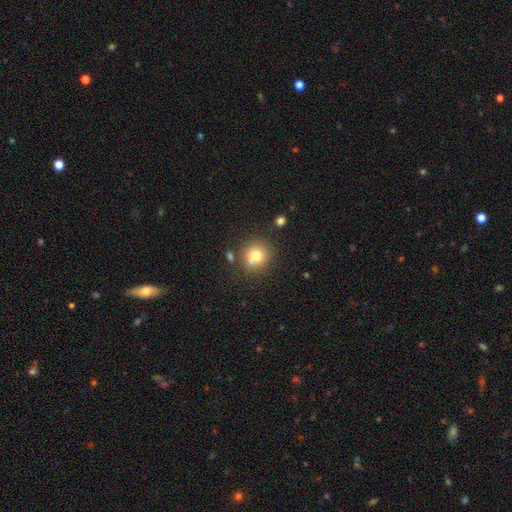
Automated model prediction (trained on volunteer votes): This appears to be a smooth galaxy with no disk features (75%) that is round (90%). Merging: none (70%).